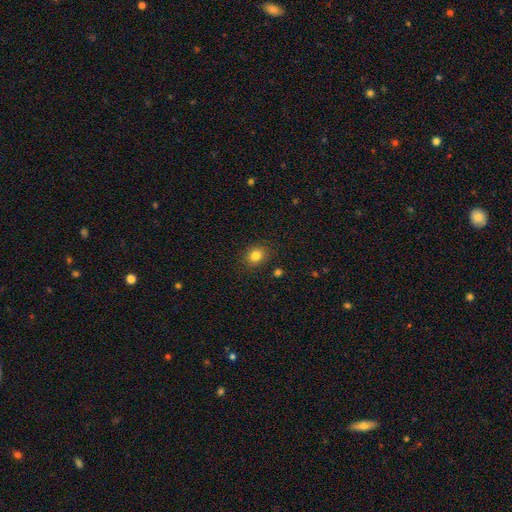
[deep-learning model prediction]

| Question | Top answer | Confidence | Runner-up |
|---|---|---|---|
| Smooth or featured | smooth | 83% | star or artifact (11%) |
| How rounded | round | 67% | in between (32%) |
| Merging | none | 87% | minor disturbance (9%) |